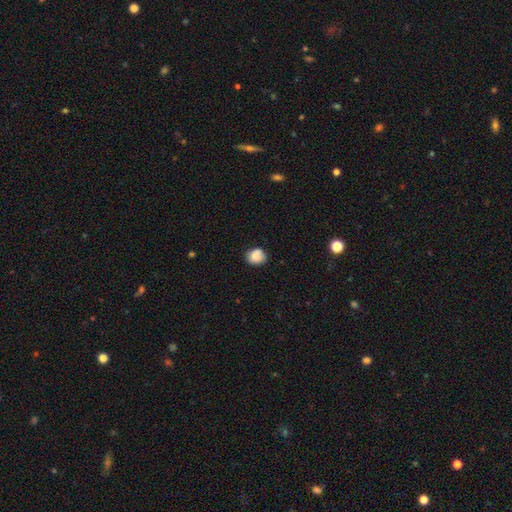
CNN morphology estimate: Q: Smooth or featured?
A: smooth (82%); runner-up: star or artifact (9%)
Q: How rounded?
A: round (66%); runner-up: in between (33%)
Q: Merging?
A: none (68%); runner-up: minor disturbance (24%)